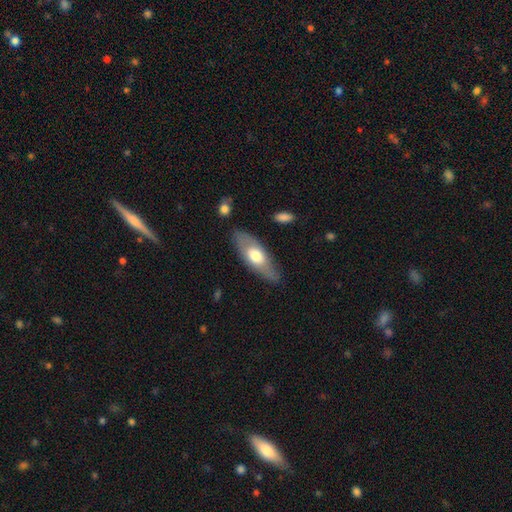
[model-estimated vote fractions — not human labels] Q: Smooth or featured?
A: smooth (52%); runner-up: featured or disk (43%)
Q: How rounded?
A: in between (71%); runner-up: cigar-shaped (26%)
Q: Merging?
A: none (80%); runner-up: minor disturbance (15%)